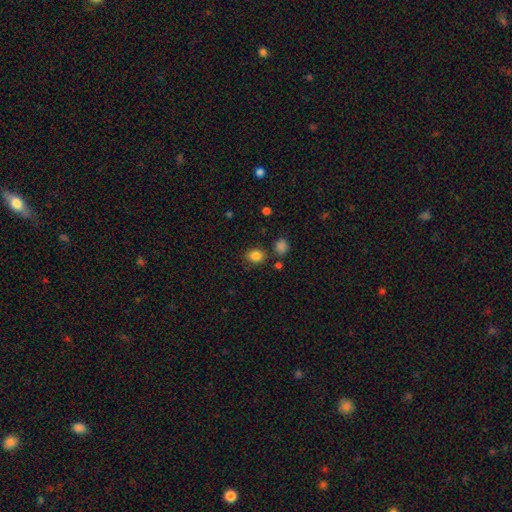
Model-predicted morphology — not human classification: Smooth or featured?
  - smooth: 84% *
  - star or artifact: 11%
  - featured or disk: 5%
How rounded?
  - round: 57% *
  - in between: 42%
  - cigar-shaped: 1%
Merging?
  - none: 79% *
  - minor disturbance: 12%
  - merger: 6%
  - major disturbance: 3%